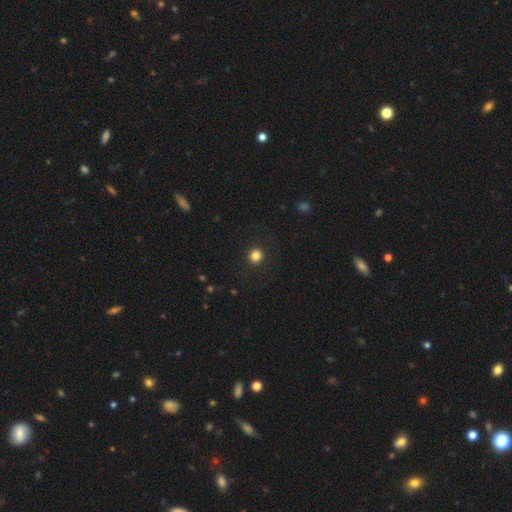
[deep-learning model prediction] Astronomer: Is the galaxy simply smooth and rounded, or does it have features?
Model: smooth — 84%.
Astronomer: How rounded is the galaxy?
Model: round — 91%.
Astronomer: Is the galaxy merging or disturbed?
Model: none — 92%.